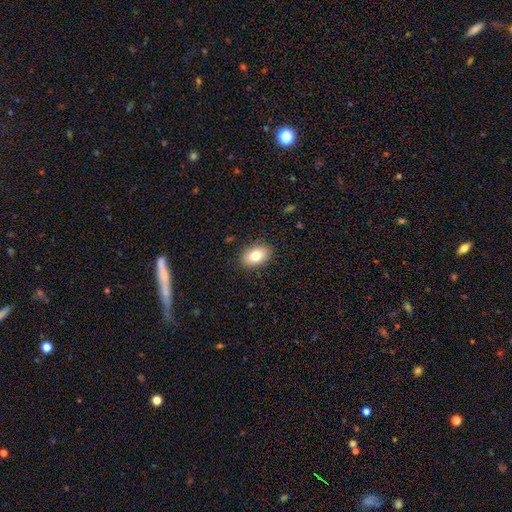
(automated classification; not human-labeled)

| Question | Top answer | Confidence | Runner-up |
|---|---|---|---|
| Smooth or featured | smooth | 80% | featured or disk (12%) |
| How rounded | in between | 82% | round (16%) |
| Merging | none | 88% | minor disturbance (9%) |